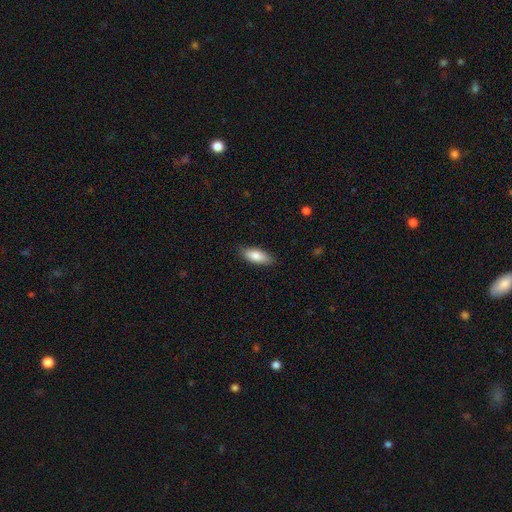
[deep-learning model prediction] smooth 82%, featured or disk 12%, star or artifact 6%. Down the decision tree: how rounded — in between (75%); merging — none (86%).